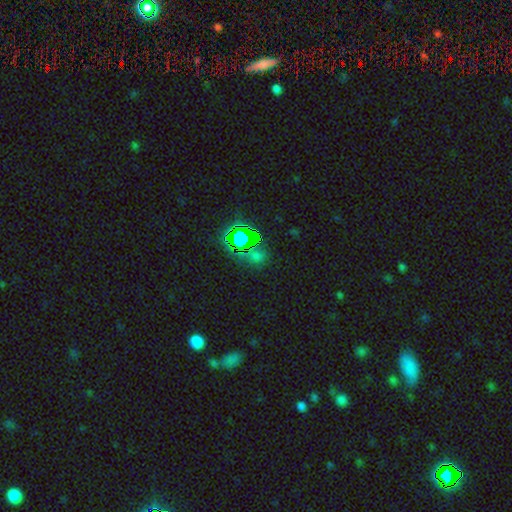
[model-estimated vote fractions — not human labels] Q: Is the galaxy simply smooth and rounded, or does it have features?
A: star or artifact — 64%.